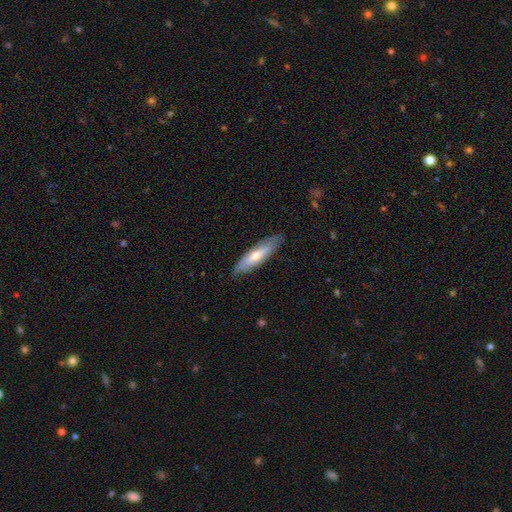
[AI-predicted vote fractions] Morphology: type=smooth (52%); roundness=cigar-shaped (65%); merging=none (83%).